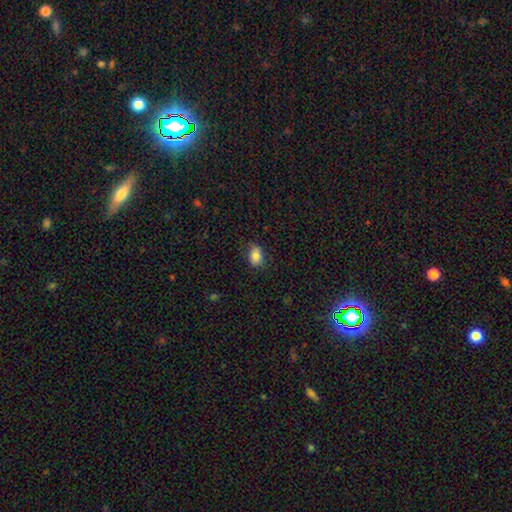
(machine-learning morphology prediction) smooth 83%, star or artifact 9%, featured or disk 8%. Down the decision tree: how rounded — in between (76%); merging — none (81%).